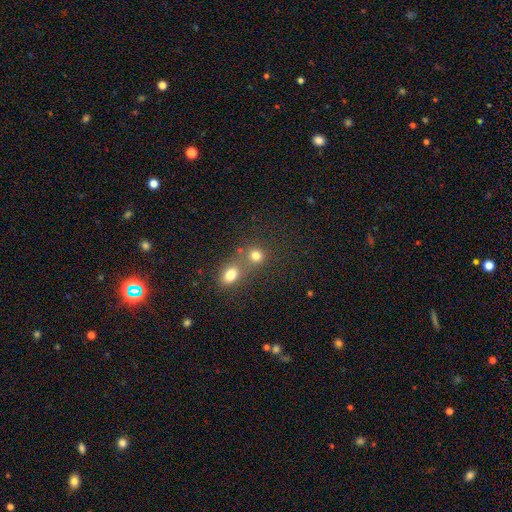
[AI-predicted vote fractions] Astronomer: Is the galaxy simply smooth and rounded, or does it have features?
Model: smooth — 78%.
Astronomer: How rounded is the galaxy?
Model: round — 80%.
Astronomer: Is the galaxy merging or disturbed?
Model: none — 48% (runner-up: merger, 41%).